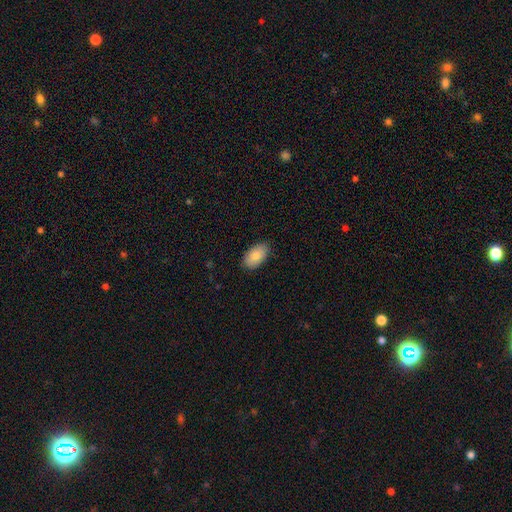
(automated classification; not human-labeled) Overall: smooth (84%). How rounded: in between (94%). Merging: none (86%).